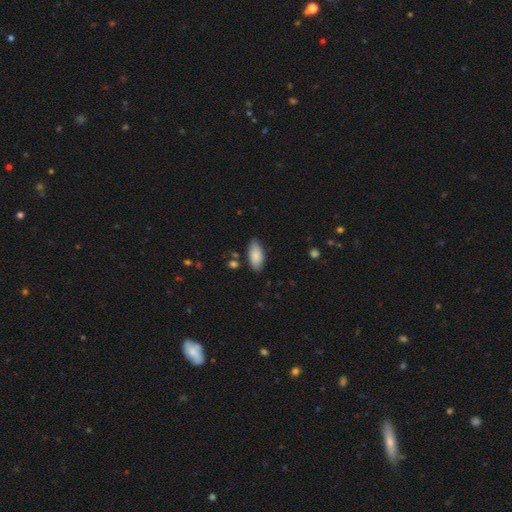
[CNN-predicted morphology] Smooth or featured: smooth — 88% (featured or disk — 7%)
How rounded: in between — 91% (cigar-shaped — 7%)
Merging: none — 82% (minor disturbance — 13%)